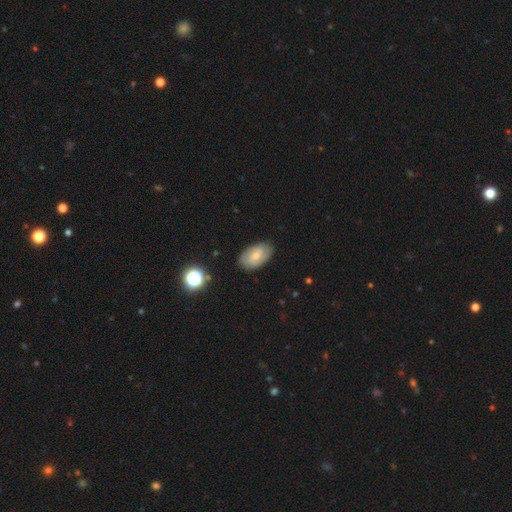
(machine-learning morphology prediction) The model was most divided on "smooth or featured": smooth: 47%, featured or disk: 45%, star or artifact: 8%. More confident: merging — none (81%).